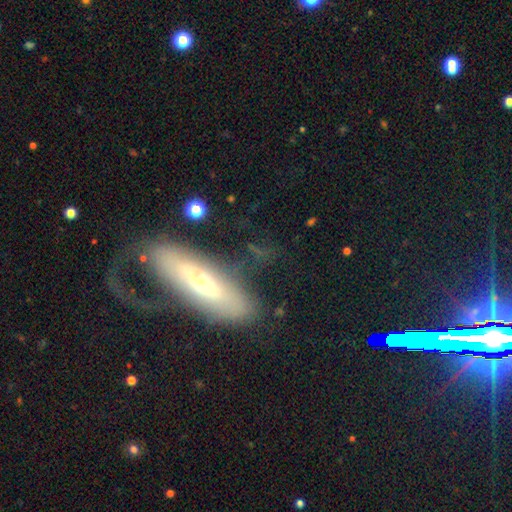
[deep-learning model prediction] A featured or disk galaxy (55%). Merging: none (43%).